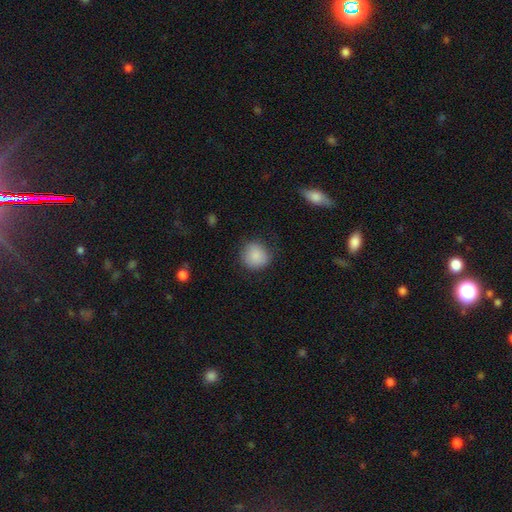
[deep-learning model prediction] smooth 88%, star or artifact 8%, featured or disk 4%. Down the decision tree: how rounded — round (90%); merging — none (84%).